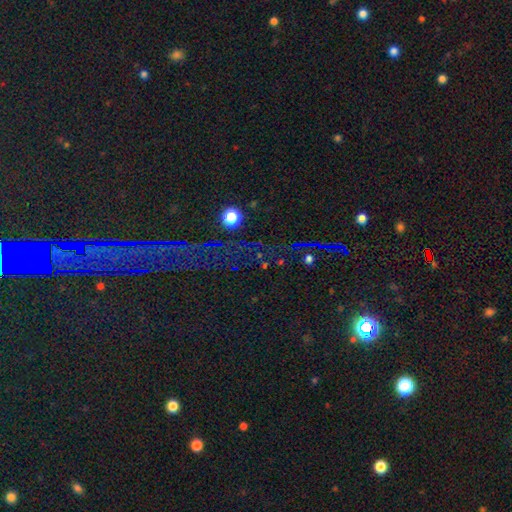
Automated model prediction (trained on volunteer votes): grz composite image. It shows a star or artifact, not a galaxy (84%).